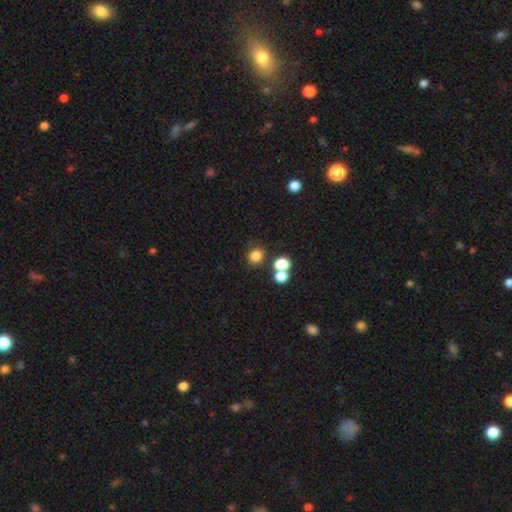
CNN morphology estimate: This appears to be a smooth galaxy with no disk features (79%) that is round (75%). Merging: none (71%).